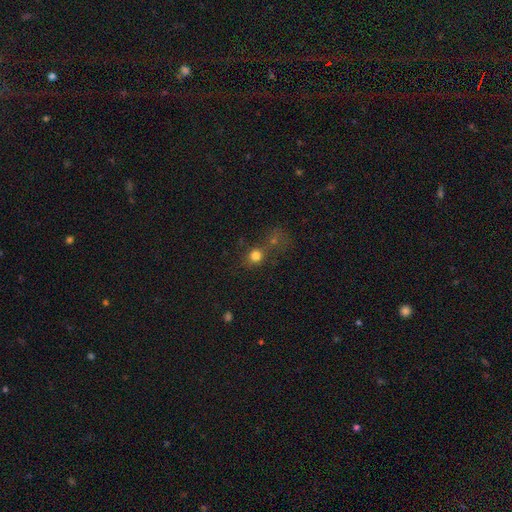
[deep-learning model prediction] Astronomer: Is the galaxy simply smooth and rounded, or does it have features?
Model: smooth — 76%.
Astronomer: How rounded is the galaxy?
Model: round — 83%.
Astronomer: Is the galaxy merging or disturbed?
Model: none — 48% (runner-up: merger, 31%).